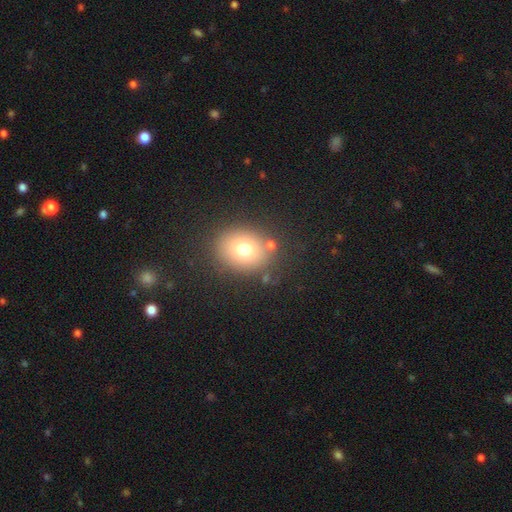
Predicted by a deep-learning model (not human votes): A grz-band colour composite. It shows a smooth galaxy with no disk features (71%) that is round (57%). Merging: none (82%).